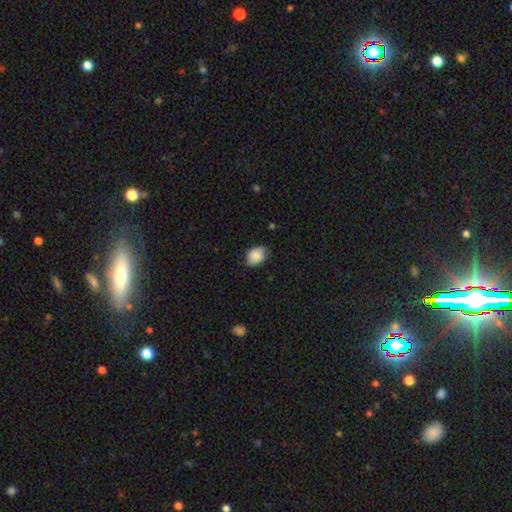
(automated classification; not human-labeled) Q: Smooth or featured?
A: smooth (86%); runner-up: star or artifact (7%)
Q: How rounded?
A: in between (74%); runner-up: round (25%)
Q: Merging?
A: none (73%); runner-up: minor disturbance (23%)